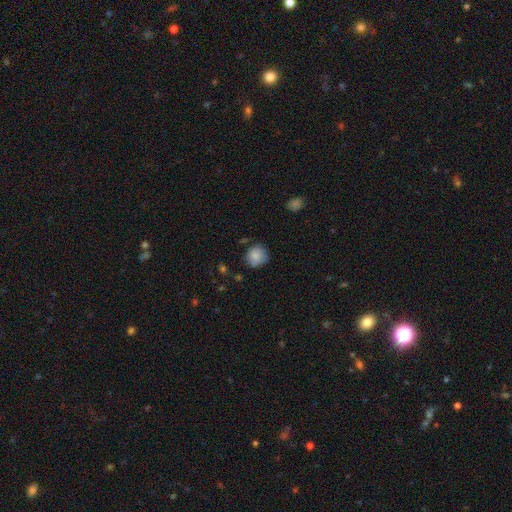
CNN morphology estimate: A smooth galaxy with no disk features (83%) that is round (84%). Merging: none (69%).